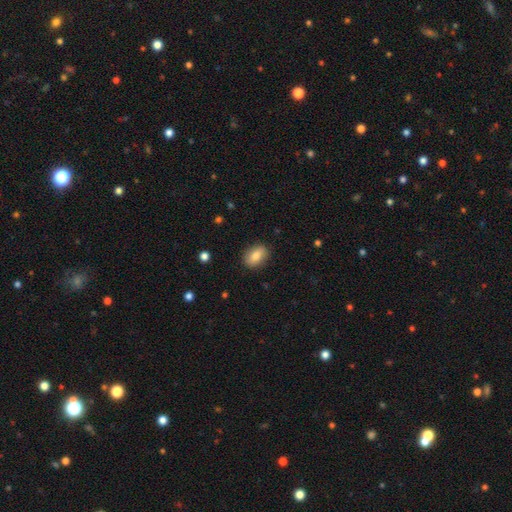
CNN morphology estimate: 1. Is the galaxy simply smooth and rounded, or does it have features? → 79% smooth, 13% featured or disk, 8% star or artifact.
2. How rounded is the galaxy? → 83% in between, 15% round, 2% cigar-shaped.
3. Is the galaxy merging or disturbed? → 87% none, 9% minor disturbance, 2% major disturbance, 1% merger.